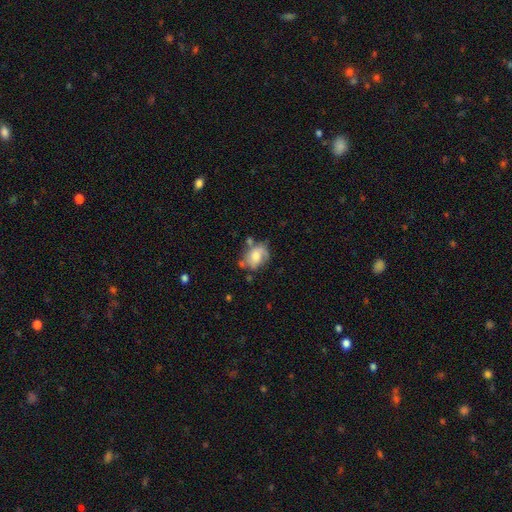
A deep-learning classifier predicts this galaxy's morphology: This is possibly a smooth galaxy (48%). Merging: possibly none (46%).